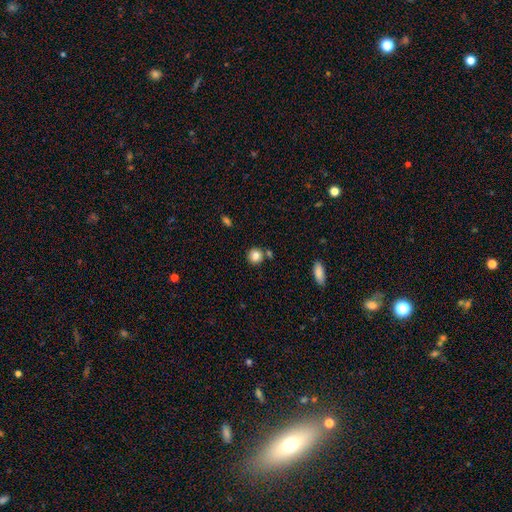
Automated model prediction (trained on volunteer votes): Q: Smooth or featured?
A: smooth (83%); runner-up: star or artifact (10%)
Q: How rounded?
A: round (89%); runner-up: in between (10%)
Q: Merging?
A: none (77%); runner-up: merger (10%)